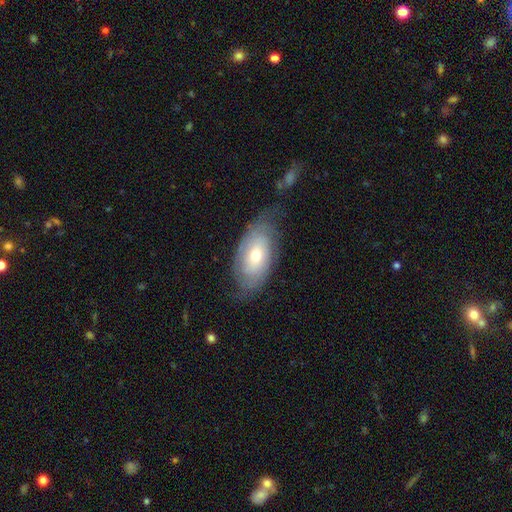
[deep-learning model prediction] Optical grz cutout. It shows a featured or disk galaxy (62%) with no bar (76%), spiral arms (79%) and a moderate central bulge (52%). Merging: none (67%).